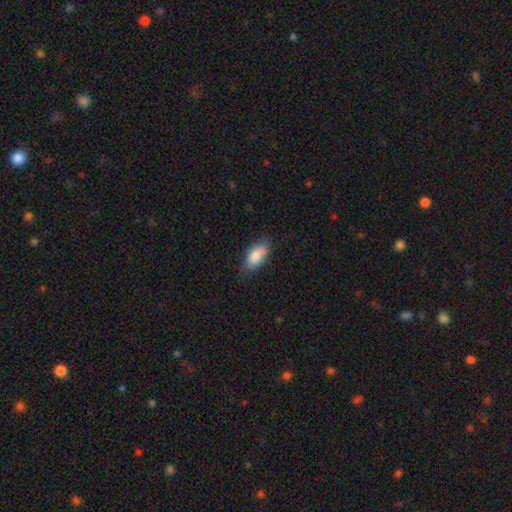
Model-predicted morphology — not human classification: smooth-or-featured: smooth: 83% | featured or disk: 10% | star or artifact: 7%
  how-rounded: in between: 90% | cigar-shaped: 7% | round: 3%
  merging: none: 73% | minor disturbance: 22% | major disturbance: 4% | merger: 2%